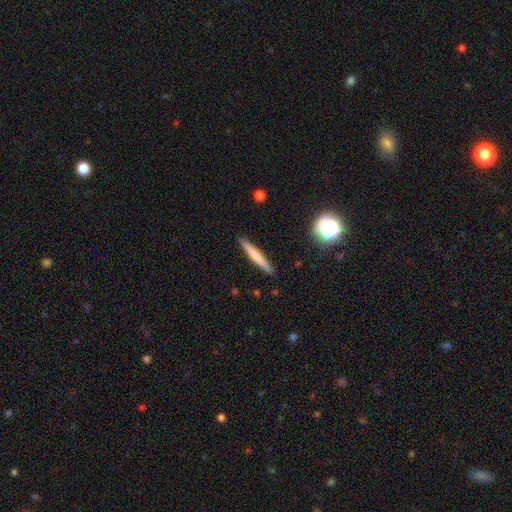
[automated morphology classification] Smooth or featured? Predicted: smooth (p=0.61). How rounded? Predicted: cigar-shaped (p=0.95). Merging? Predicted: none (p=0.91).